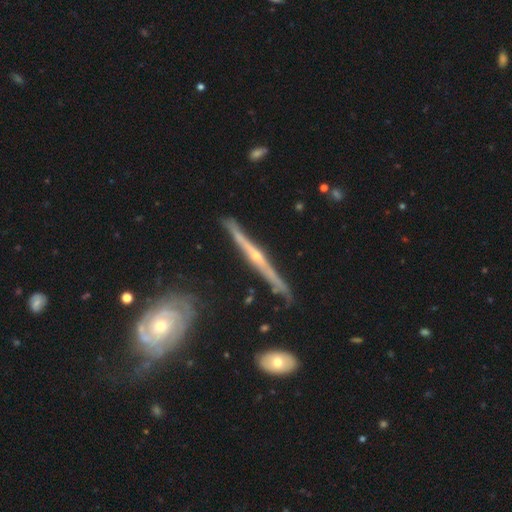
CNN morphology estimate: Smooth or featured? featured or disk (86%)
Edge-on disk? yes (94%)
Edge-on bulge? rounded (80%)
Merging? none (83%)